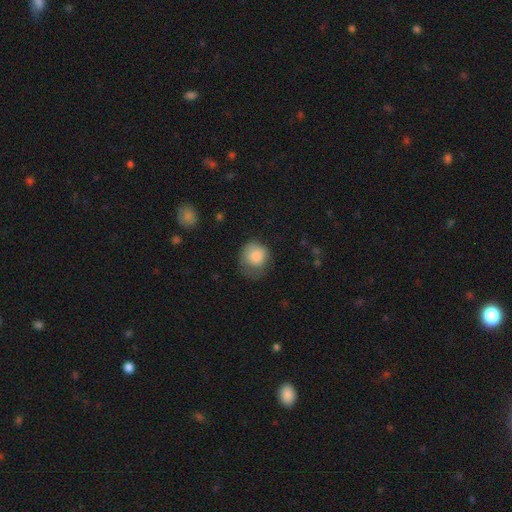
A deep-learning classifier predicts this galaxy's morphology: Smooth or featured: smooth — 84% (featured or disk — 8%)
How rounded: round — 78% (in between — 21%)
Merging: none — 42% (minor disturbance — 34%)